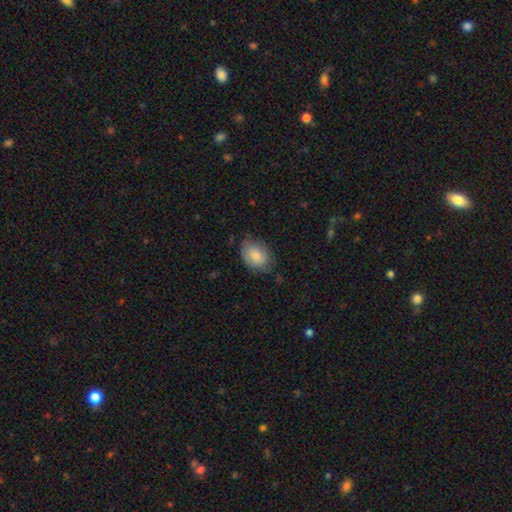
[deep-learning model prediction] smooth-or-featured: smooth: 83% | featured or disk: 10% | star or artifact: 7%
  how-rounded: in between: 78% | round: 21% | cigar-shaped: 1%
  merging: none: 68% | minor disturbance: 25% | major disturbance: 6% | merger: 1%